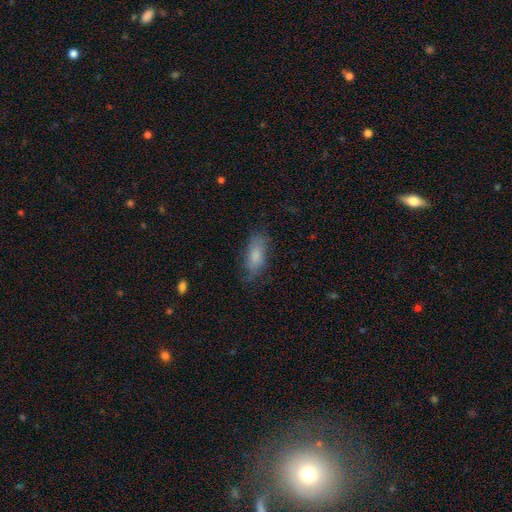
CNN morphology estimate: type=smooth (76%); roundness=in between (84%); merging=none (65%).